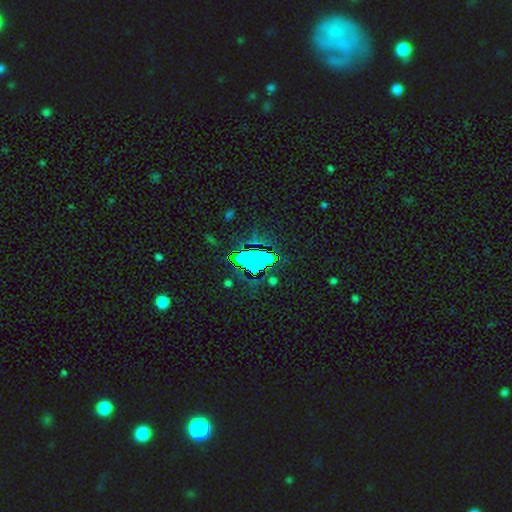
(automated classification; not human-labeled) This is likely a star or artifact rather than a galaxy (65%).